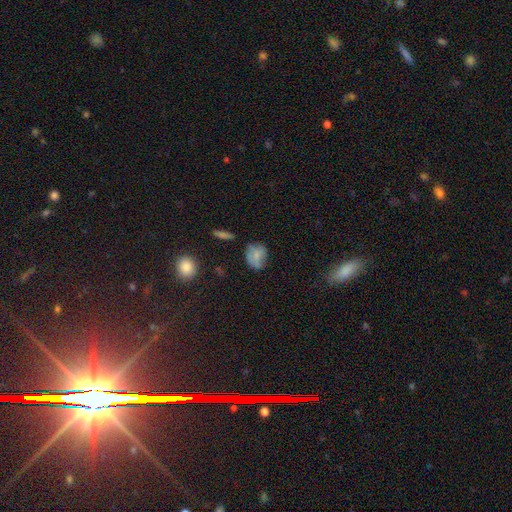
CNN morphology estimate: Smooth or featured?
  - smooth: 63% *
  - featured or disk: 26%
  - star or artifact: 11%
How rounded?
  - in between: 50% *
  - round: 48%
  - cigar-shaped: 2%
Merging?
  - none: 56% *
  - minor disturbance: 28%
  - major disturbance: 11%
  - merger: 4%